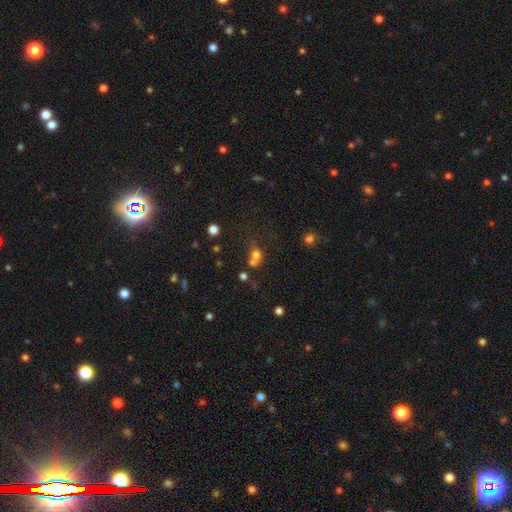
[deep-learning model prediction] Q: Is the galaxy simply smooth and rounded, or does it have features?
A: smooth — 68%.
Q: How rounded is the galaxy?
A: round — 71%.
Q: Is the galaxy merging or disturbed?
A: merger — 51%.